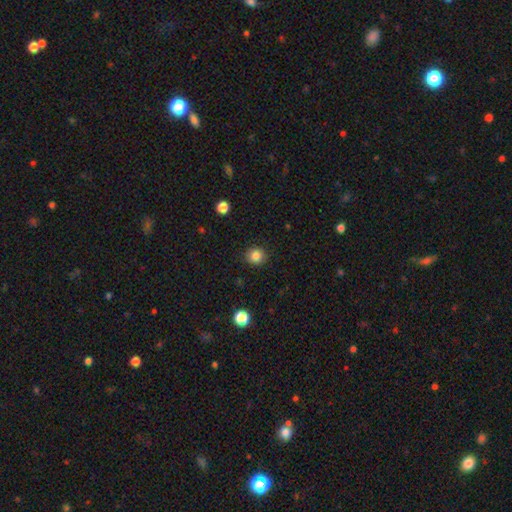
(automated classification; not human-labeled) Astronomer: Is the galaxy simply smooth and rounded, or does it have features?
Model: smooth — 84%.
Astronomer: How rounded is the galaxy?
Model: round — 86%.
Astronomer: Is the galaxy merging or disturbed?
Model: none — 89%.